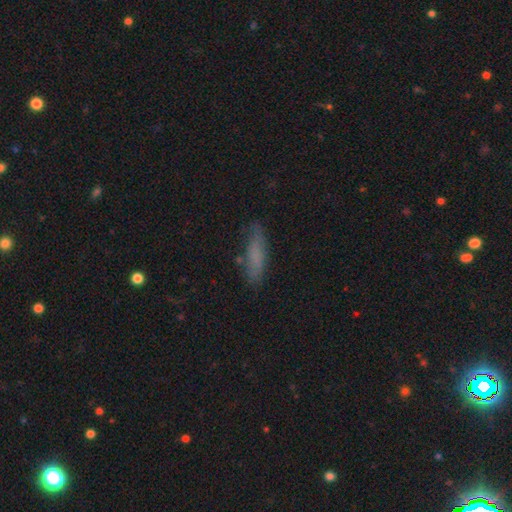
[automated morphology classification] This appears to be a smooth galaxy with no disk features (71%) that is cigar-shaped (72%). Merging: none (74%).